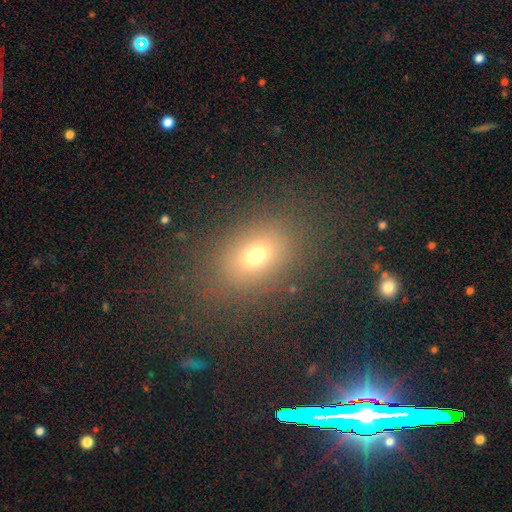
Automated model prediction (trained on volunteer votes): A smooth galaxy with no disk features (70%) that is in between round and cigar-shaped (72%). Merging: none (82%).